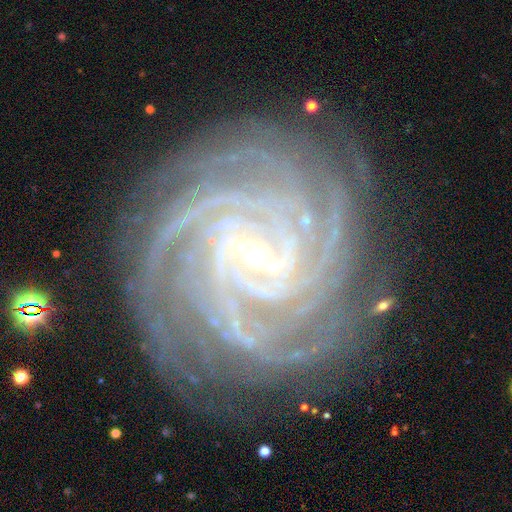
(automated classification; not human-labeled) Smooth or featured? Predicted: featured or disk (p=0.93). Edge-on disk? Predicted: no (p=0.98). Bar? Predicted: weak (p=0.44). Spiral arms? Predicted: yes (p=0.99). Spiral winding? Predicted: tight (p=0.86). Spiral arm count? Predicted: more than 4 (p=0.32). Bulge size? Predicted: small (p=0.61). Merging? Predicted: none (p=0.83).